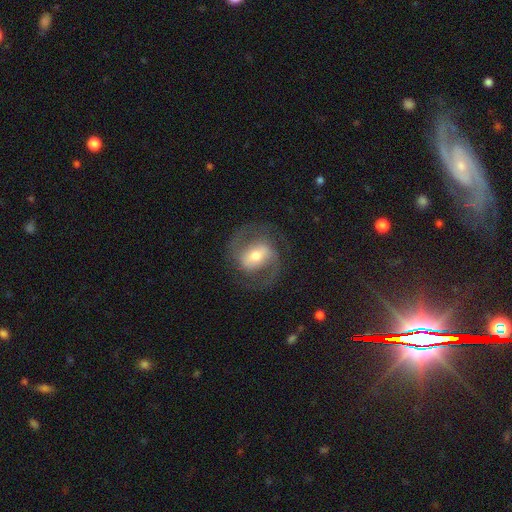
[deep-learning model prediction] Smooth or featured: featured or disk — 83% (smooth — 12%)
Edge-on disk: no — 97% (yes — 3%)
Bar: weak — 41% (tied with strong — 41%)
Spiral arms: yes — 92% (no — 8%)
Spiral winding: medium — 59% (tight — 22%)
Spiral arm count: 2 — 91% (can't tell — 4%)
Bulge size: moderate — 62% (small — 26%)
Merging: none — 78% (minor disturbance — 12%)